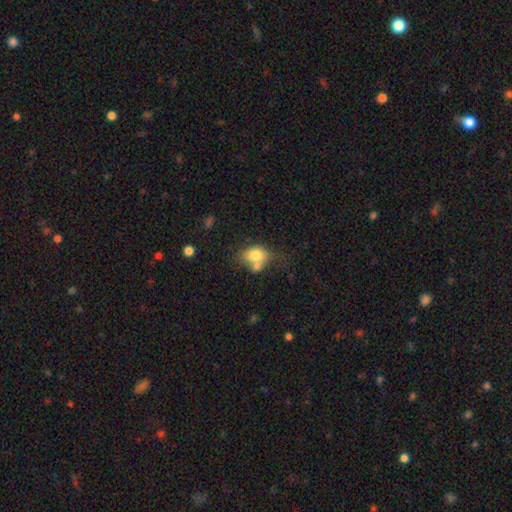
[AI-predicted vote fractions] This is likely a smooth galaxy (75%). How rounded: likely in between (62%). Merging: marginally merger (39%).